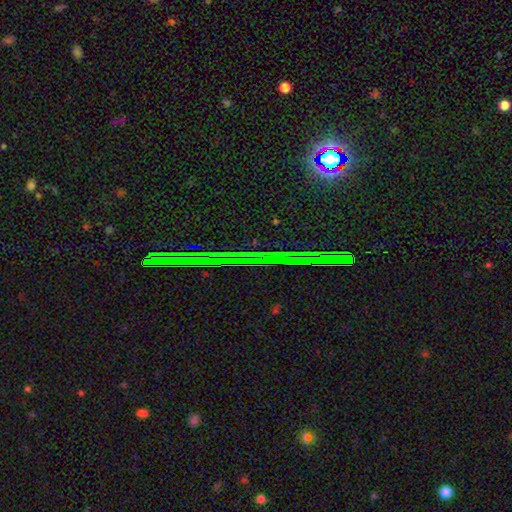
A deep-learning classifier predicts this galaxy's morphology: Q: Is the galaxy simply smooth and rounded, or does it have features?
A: star or artifact — 77%.